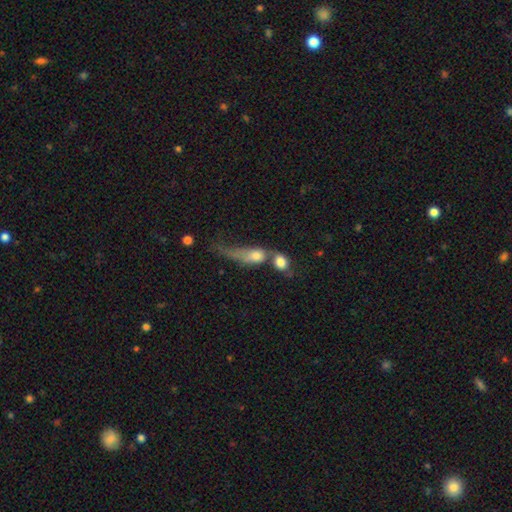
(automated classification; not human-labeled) The model was most divided on "how rounded": in between: 53%, round: 28%, cigar-shaped: 19%. More confident: merging — merger (61%); smooth or featured — smooth (60%).